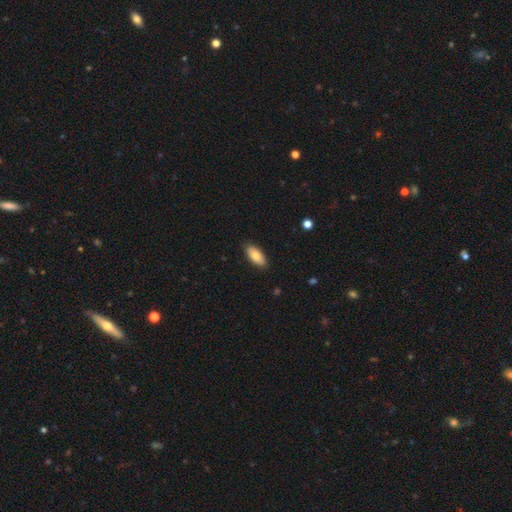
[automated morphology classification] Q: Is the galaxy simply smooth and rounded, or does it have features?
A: smooth — 80%.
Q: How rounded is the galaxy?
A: in between — 88%.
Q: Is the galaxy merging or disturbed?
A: none — 88%.